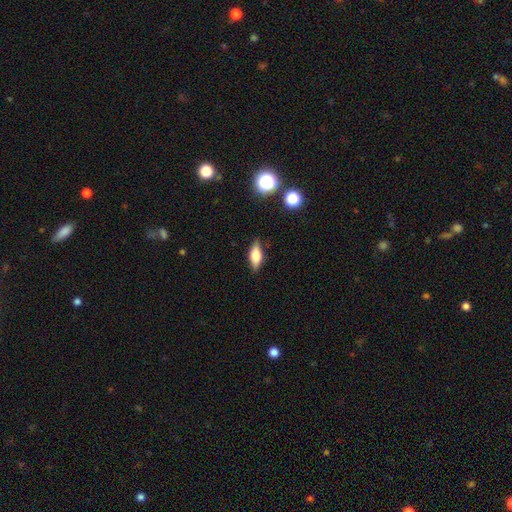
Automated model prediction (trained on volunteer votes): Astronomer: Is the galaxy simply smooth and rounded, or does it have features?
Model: smooth — 53% (runner-up: featured or disk, 39%).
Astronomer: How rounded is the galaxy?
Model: in between — 66%.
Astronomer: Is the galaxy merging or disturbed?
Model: none — 84%.